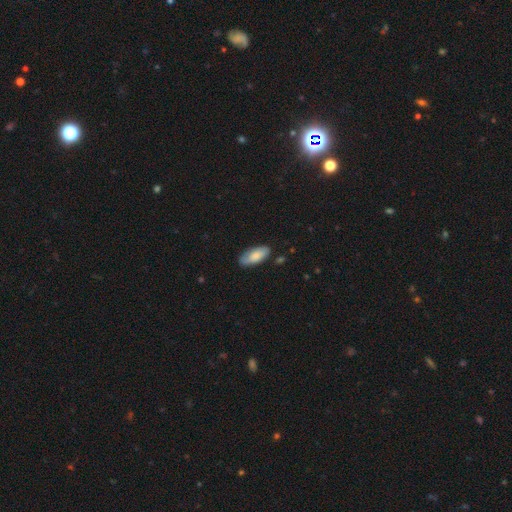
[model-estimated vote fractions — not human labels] Smooth or featured: smooth — 79% (featured or disk — 15%)
How rounded: in between — 85% (cigar-shaped — 14%)
Merging: none — 75% (minor disturbance — 20%)